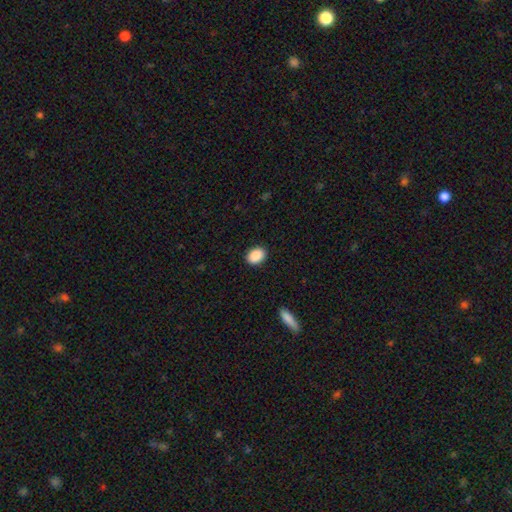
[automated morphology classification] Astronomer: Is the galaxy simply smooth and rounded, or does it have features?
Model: smooth — 90%.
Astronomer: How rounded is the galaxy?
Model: in between — 68%.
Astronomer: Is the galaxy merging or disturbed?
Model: none — 90%.